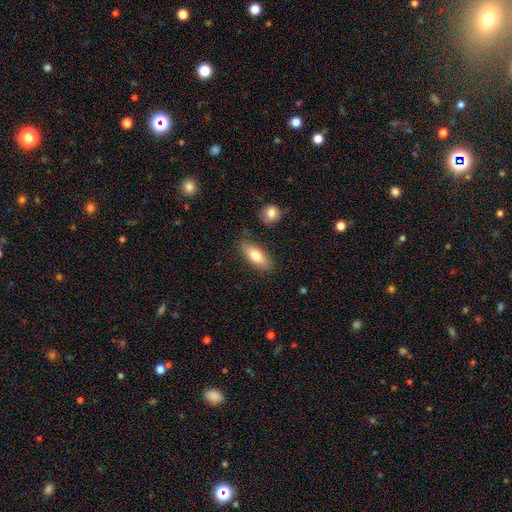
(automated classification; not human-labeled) A smooth galaxy with no disk features (77%) that is in between round and cigar-shaped (78%).

Vote fractions:
- Smooth or featured? smooth: 77% / featured or disk: 17% / star or artifact: 7%
- How rounded? in between: 78% / cigar-shaped: 19% / round: 3%
- Merging? none: 81% / minor disturbance: 12% / merger: 4% / major disturbance: 3%